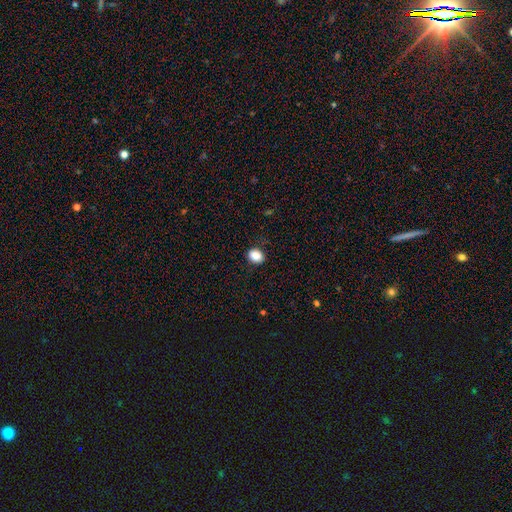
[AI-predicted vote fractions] Smooth or featured? smooth (88%)
How rounded? in between (53%)
Merging? none (87%)